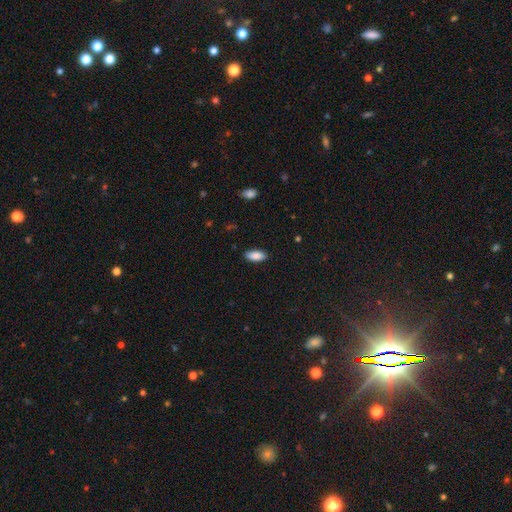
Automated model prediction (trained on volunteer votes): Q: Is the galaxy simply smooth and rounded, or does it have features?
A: smooth — 89%.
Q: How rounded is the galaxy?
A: in between — 89%.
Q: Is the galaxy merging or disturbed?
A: none — 88%.